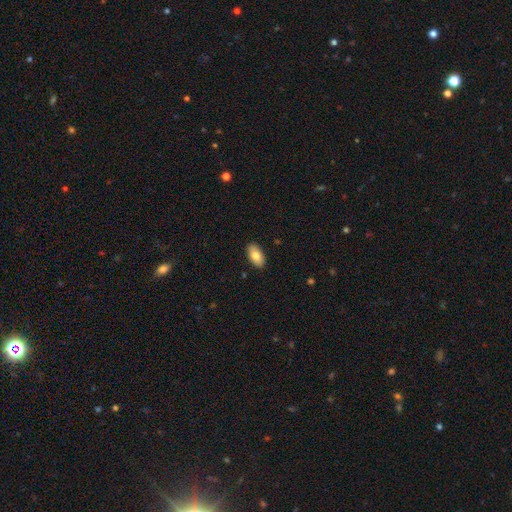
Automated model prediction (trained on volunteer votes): smooth-or-featured: smooth: 82% | featured or disk: 12% | star or artifact: 6%
  how-rounded: in between: 94% | cigar-shaped: 3% | round: 3%
  merging: none: 89% | minor disturbance: 8% | major disturbance: 2% | merger: 1%